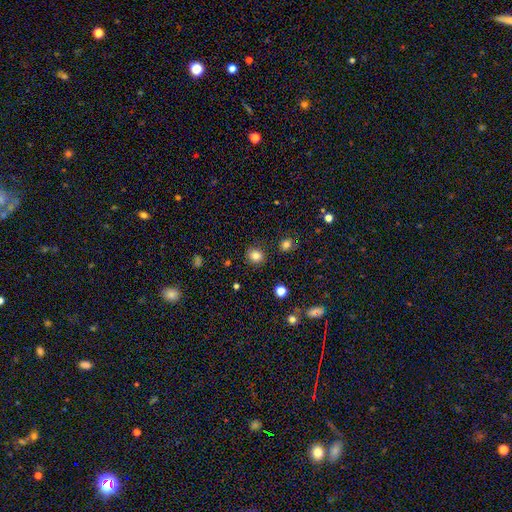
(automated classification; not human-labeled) Smooth or featured? Predicted: smooth (p=0.82). How rounded? Predicted: round (p=0.82). Merging? Predicted: none (p=0.87).